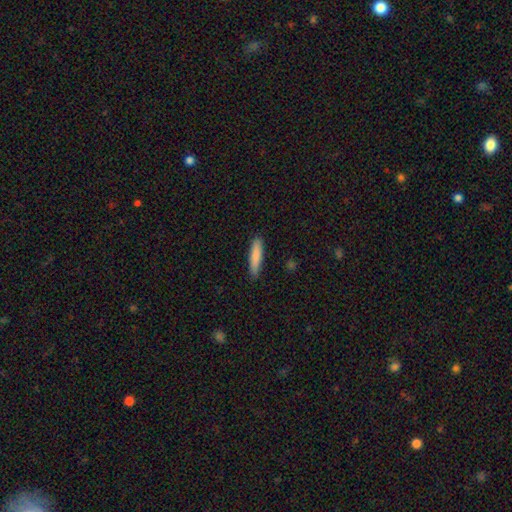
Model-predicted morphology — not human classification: smooth_or_featured: smooth (p=0.84) [alt: featured or disk p=0.10]
how_rounded: cigar-shaped (p=0.83) [alt: in between p=0.15]
merging: none (p=0.87) [alt: minor disturbance p=0.10]